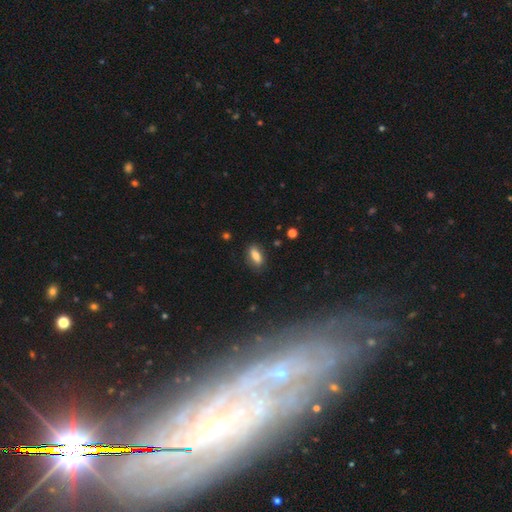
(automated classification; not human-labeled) Smooth or featured: smooth — 79% (featured or disk — 12%)
How rounded: in between — 77% (cigar-shaped — 19%)
Merging: none — 81% (minor disturbance — 14%)